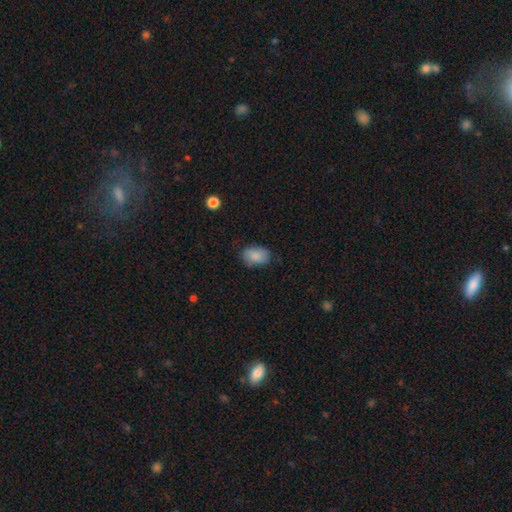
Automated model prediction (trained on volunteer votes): smooth 85%, featured or disk 8%, star or artifact 7%. Down the decision tree: how rounded — in between (82%); merging — none (73%).